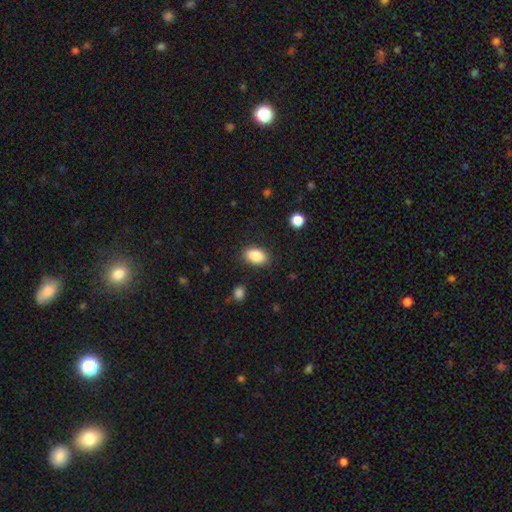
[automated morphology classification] This is clearly a smooth galaxy (87%). How rounded: clearly in between (89%). Merging: clearly none (87%).